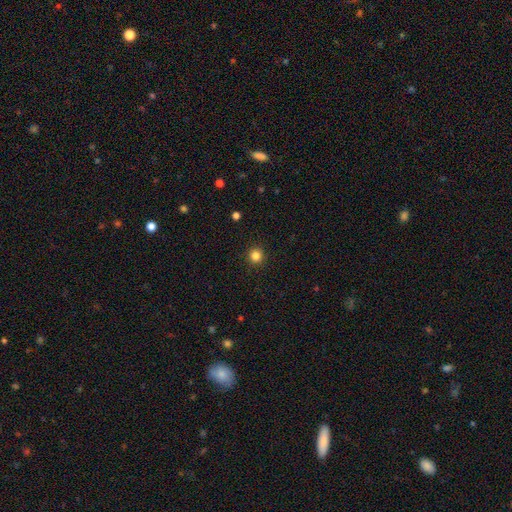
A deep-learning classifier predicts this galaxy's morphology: Smooth or featured?
  - smooth: 84% *
  - star or artifact: 12%
  - featured or disk: 4%
How rounded?
  - round: 95% *
  - in between: 4%
  - cigar-shaped: 1%
Merging?
  - none: 92% *
  - minor disturbance: 5%
  - major disturbance: 2%
  - merger: 1%